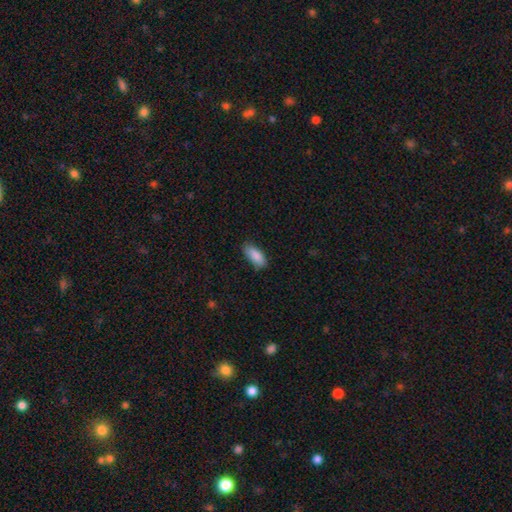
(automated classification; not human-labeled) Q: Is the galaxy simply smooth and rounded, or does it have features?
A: smooth — 88%.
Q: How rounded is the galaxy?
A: in between — 81%.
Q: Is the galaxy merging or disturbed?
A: none — 77%.